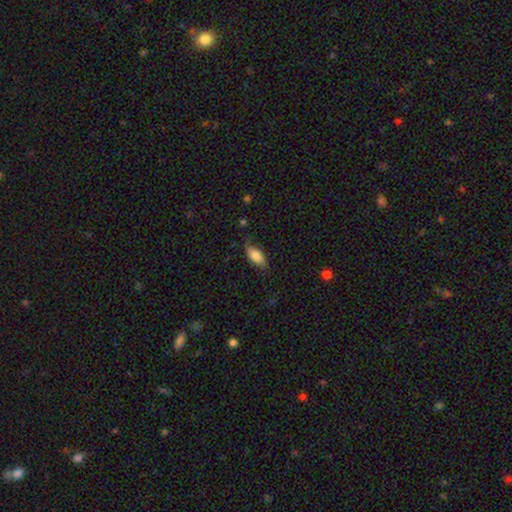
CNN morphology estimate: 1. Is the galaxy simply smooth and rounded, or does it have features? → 79% smooth, 14% featured or disk, 7% star or artifact.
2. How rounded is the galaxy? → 84% in between, 13% cigar-shaped, 3% round.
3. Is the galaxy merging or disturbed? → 72% none, 22% minor disturbance, 5% major disturbance, 1% merger.